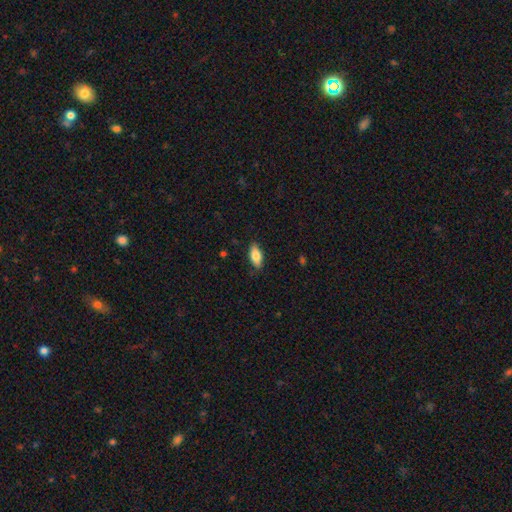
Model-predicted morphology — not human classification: A smooth galaxy with no disk features (78%) that is in between round and cigar-shaped (85%). Merging: none (84%).